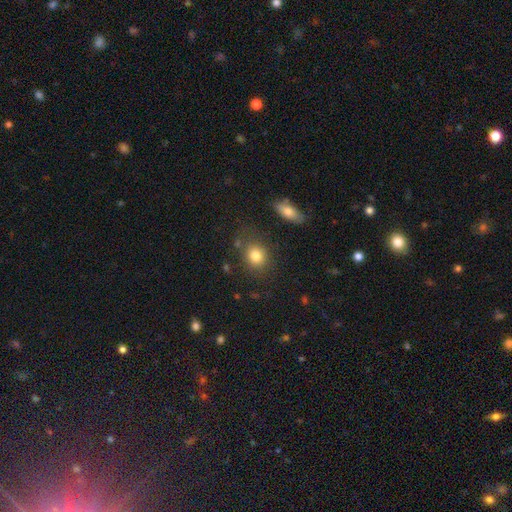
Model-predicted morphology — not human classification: smooth_or_featured: smooth (p=0.82) [alt: star or artifact p=0.10]
how_rounded: round (p=0.68) [alt: in between p=0.31]
merging: none (p=0.75) [alt: minor disturbance p=0.13]